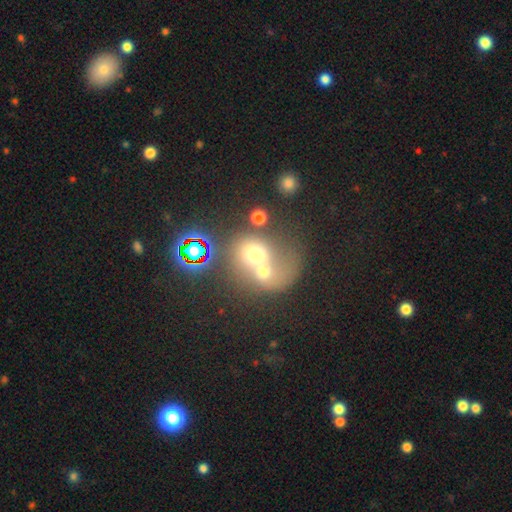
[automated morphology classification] smooth-or-featured: smooth: 48% | featured or disk: 32% | star or artifact: 20%
  merging: merger: 72% | none: 16% | major disturbance: 7% | minor disturbance: 5%